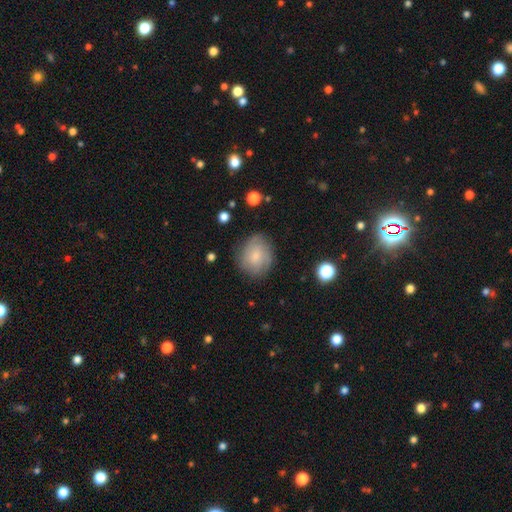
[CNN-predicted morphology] type=smooth (61%); roundness=round (76%); merging=none (75%).